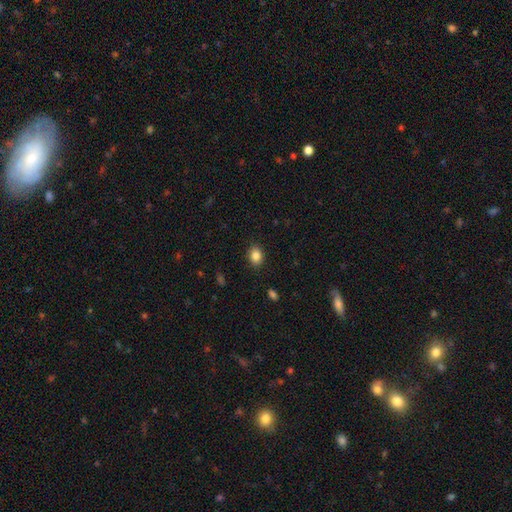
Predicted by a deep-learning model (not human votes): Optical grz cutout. It shows a smooth galaxy with no disk features (86%) that is in between round and cigar-shaped (57%). Merging: none (88%).